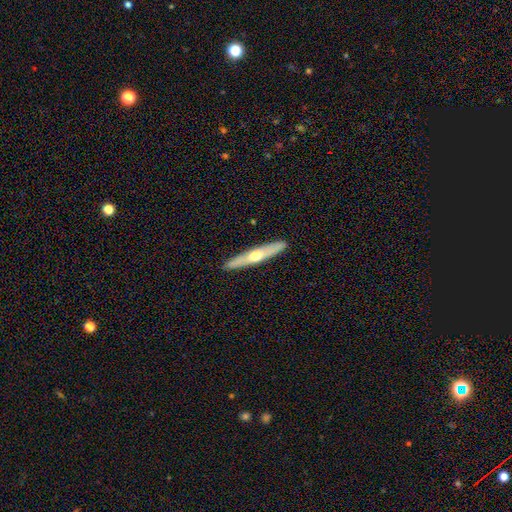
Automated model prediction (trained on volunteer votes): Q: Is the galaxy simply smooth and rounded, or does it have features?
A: featured or disk — 59%.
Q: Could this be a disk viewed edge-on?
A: yes — 92%.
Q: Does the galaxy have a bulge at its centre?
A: rounded — 87%.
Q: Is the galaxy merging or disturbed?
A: none — 91%.